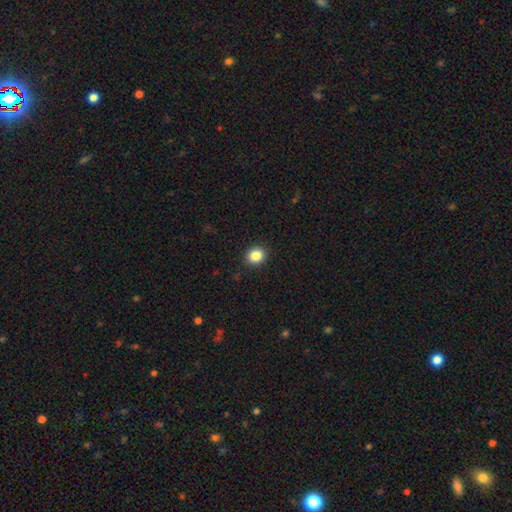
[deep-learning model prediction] smooth-or-featured: smooth: 86% | star or artifact: 10% | featured or disk: 4%
  how-rounded: round: 73% | in between: 26% | cigar-shaped: 1%
  merging: none: 91% | minor disturbance: 6% | major disturbance: 2% | merger: 1%